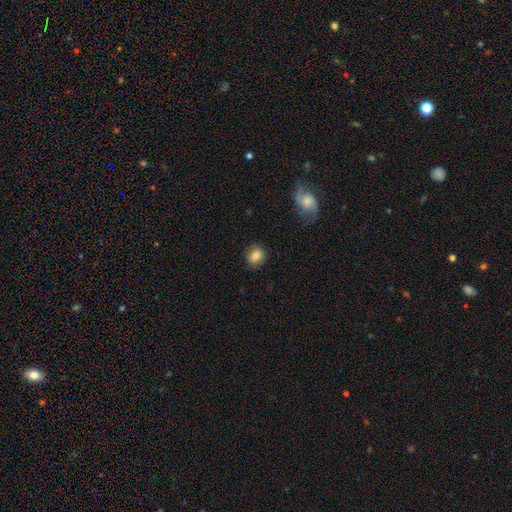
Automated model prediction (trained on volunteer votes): Smooth or featured: smooth — 83% (star or artifact — 10%)
How rounded: round — 75% (in between — 24%)
Merging: none — 84% (minor disturbance — 12%)